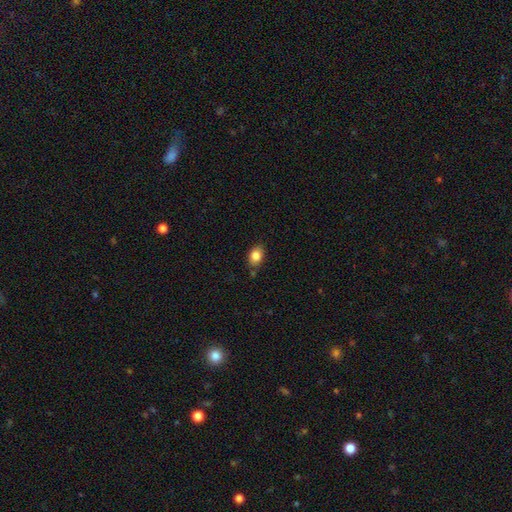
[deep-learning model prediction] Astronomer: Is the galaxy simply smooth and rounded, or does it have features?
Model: smooth — 84%.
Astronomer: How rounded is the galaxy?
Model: in between — 78%.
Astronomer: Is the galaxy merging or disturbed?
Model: none — 77%.